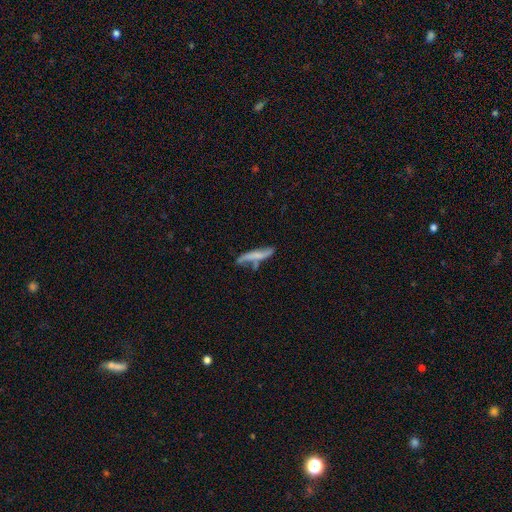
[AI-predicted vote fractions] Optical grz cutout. It shows a smooth galaxy with no disk features (47%). Merging: none (47%).